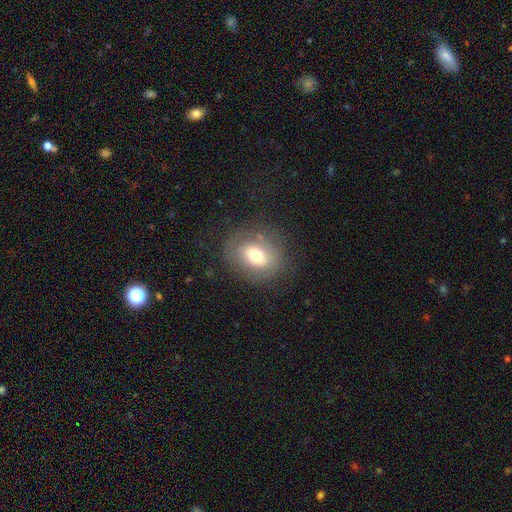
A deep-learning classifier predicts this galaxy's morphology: smooth_or_featured: smooth (p=0.65) [alt: featured or disk p=0.25]
how_rounded: round (p=0.53) [alt: in between p=0.46]
merging: none (p=0.74) [alt: minor disturbance p=0.16]